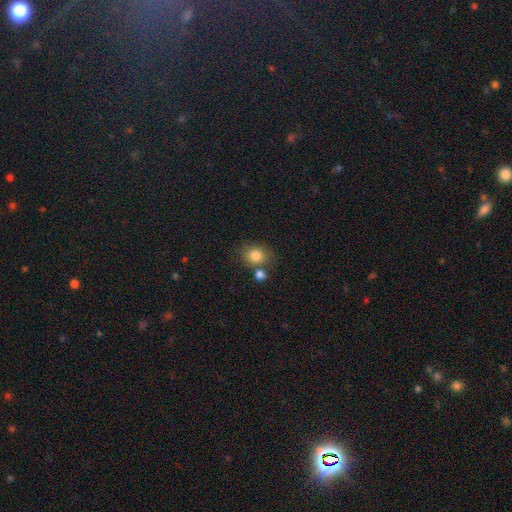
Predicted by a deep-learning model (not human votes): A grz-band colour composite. It shows a smooth galaxy with no disk features (82%) that is round (66%). Merging: none (63%).